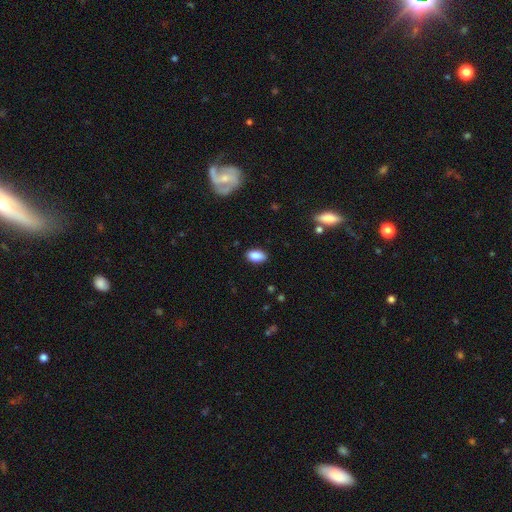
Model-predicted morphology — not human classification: smooth-or-featured: smooth: 87% | star or artifact: 8% | featured or disk: 5%
  how-rounded: in between: 92% | round: 6% | cigar-shaped: 2%
  merging: none: 88% | minor disturbance: 9% | major disturbance: 2% | merger: 1%